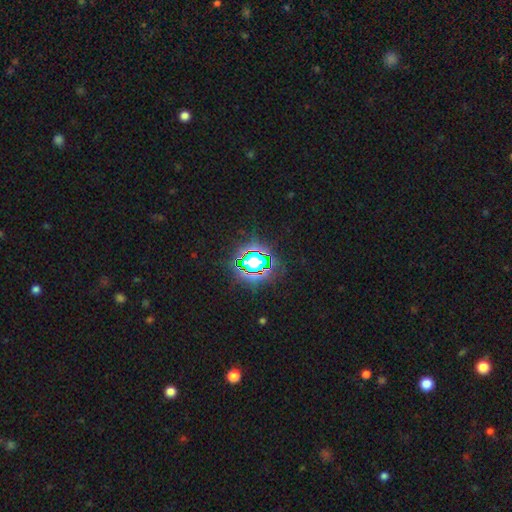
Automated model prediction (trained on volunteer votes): smooth-or-featured: star or artifact: 77% | smooth: 14% | featured or disk: 9%